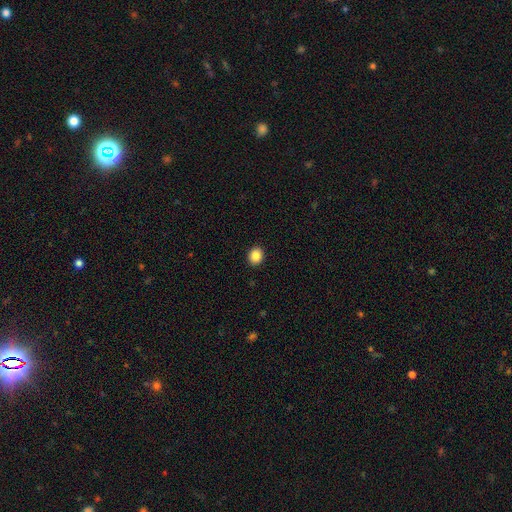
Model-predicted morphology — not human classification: This is clearly a smooth galaxy (86%). How rounded: likely round (72%). Merging: clearly none (92%).